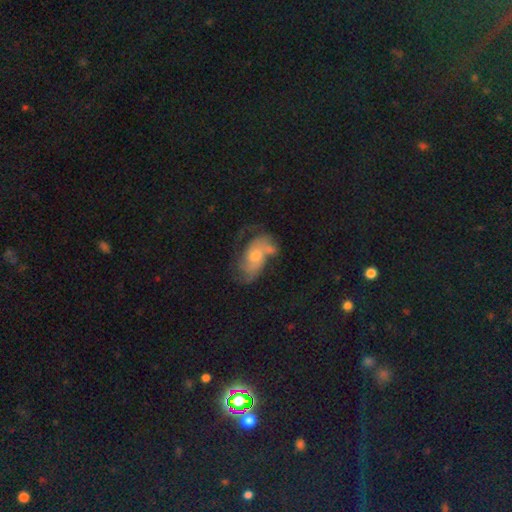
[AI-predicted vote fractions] Smooth or featured: featured or disk — 67% (smooth — 25%)
Edge-on disk: no — 96% (yes — 4%)
Bar: no — 72% (weak — 24%)
Spiral arms: yes — 82% (no — 18%)
Spiral winding: medium — 42% (loose — 31%)
Spiral arm count: 2 — 45% (can't tell — 27%)
Bulge size: moderate — 57% (small — 36%)
Merging: none — 36% (minor disturbance — 24%)